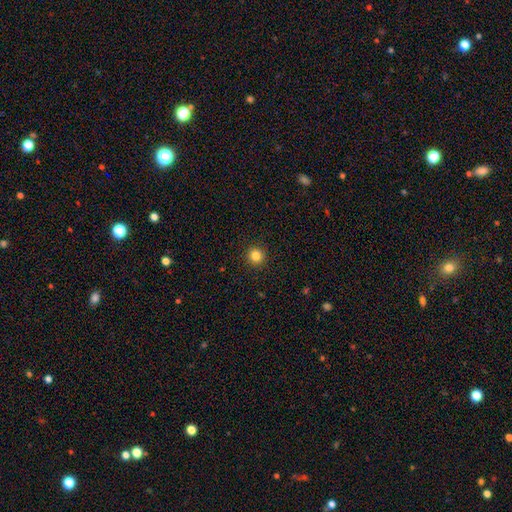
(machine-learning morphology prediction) Q: Smooth or featured?
A: smooth (83%); runner-up: star or artifact (12%)
Q: How rounded?
A: round (95%); runner-up: in between (5%)
Q: Merging?
A: none (93%); runner-up: minor disturbance (5%)